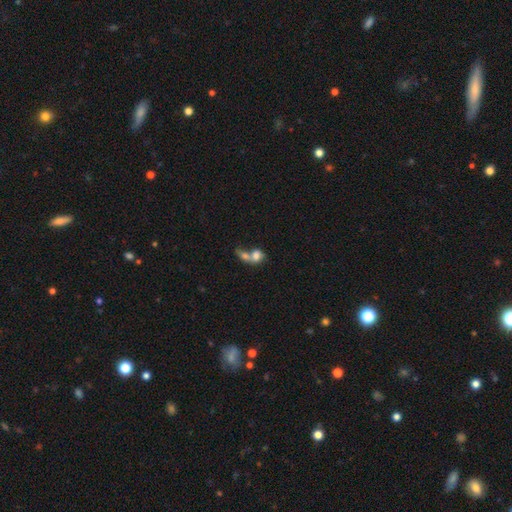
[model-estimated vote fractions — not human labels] Overall: smooth (73%). How rounded: in between (57%; round 40%). Merging: merger (75%).